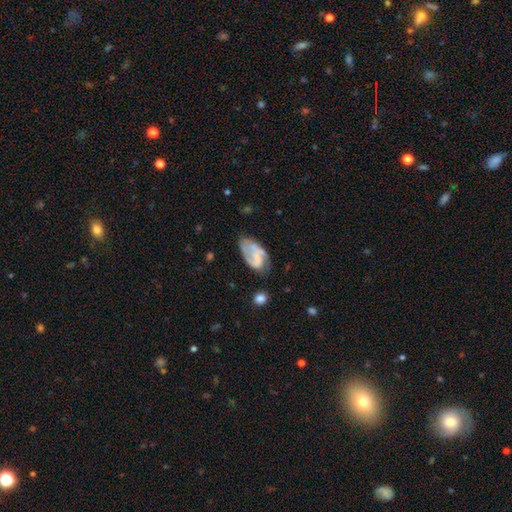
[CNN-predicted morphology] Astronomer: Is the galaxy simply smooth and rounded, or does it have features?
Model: featured or disk — 57% (runner-up: smooth, 35%).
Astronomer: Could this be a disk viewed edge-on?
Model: no — 96%.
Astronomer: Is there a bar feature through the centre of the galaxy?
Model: no — 51% (runner-up: weak, 35%).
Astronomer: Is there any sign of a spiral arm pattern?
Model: yes — 75%.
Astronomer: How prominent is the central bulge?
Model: none — 52% (runner-up: small, 28%).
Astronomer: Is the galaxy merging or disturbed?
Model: none — 45% (runner-up: minor disturbance, 30%).